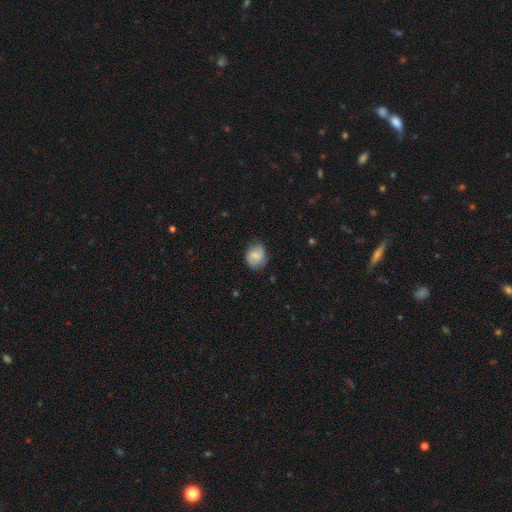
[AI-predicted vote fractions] Smooth or featured? Predicted: smooth (p=0.67). How rounded? Predicted: round (p=0.55). Merging? Predicted: none (p=0.62).